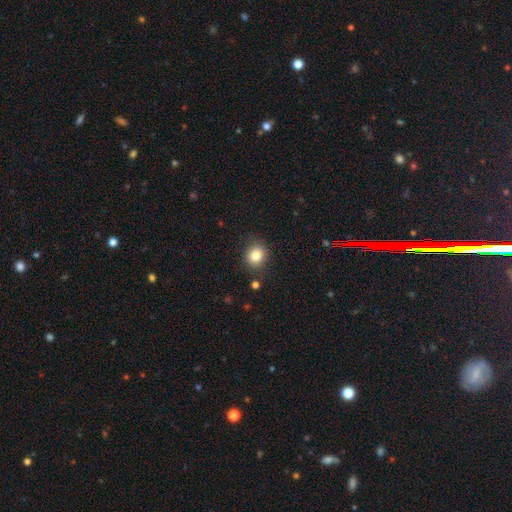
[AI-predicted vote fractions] Overall: smooth (83%). How rounded: round (73%). Merging: none (84%).